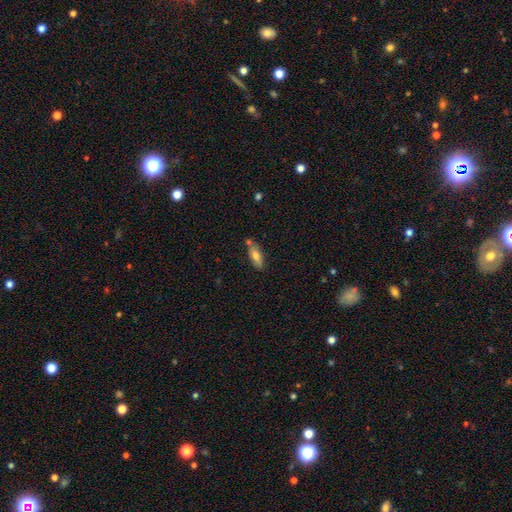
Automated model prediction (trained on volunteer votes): Smooth or featured?
  - smooth: 72% *
  - featured or disk: 21%
  - star or artifact: 7%
How rounded?
  - in between: 69% *
  - cigar-shaped: 28%
  - round: 3%
Merging?
  - none: 70% *
  - minor disturbance: 15%
  - merger: 12%
  - major disturbance: 3%